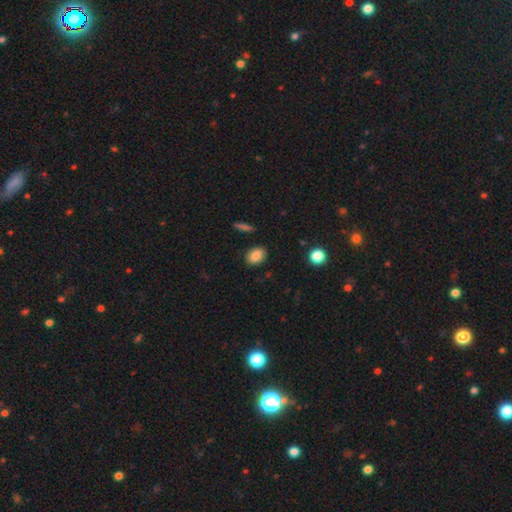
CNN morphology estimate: Smooth or featured? Predicted: smooth (p=0.84). How rounded? Predicted: in between (p=0.67). Merging? Predicted: none (p=0.87).